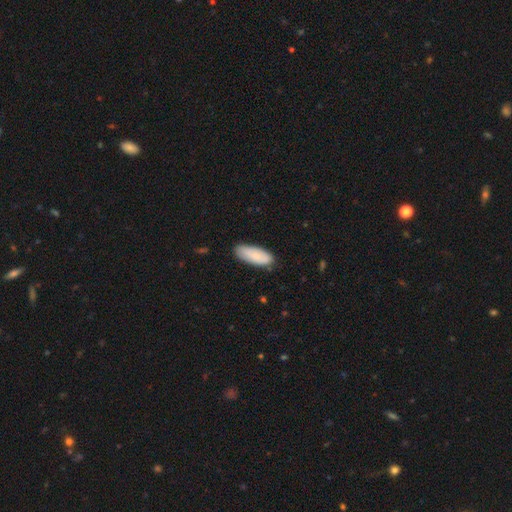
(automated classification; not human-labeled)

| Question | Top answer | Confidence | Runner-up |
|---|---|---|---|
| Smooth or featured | smooth | 84% | featured or disk (10%) |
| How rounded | in between | 75% | cigar-shaped (24%) |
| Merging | none | 81% | minor disturbance (15%) |